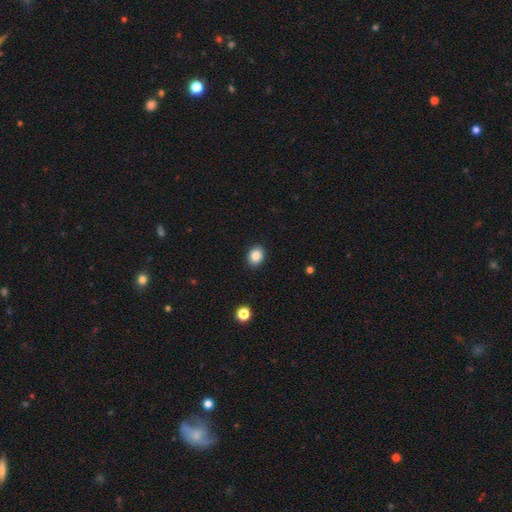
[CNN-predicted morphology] Smooth or featured? Predicted: smooth (p=0.86). How rounded? Predicted: in between (p=0.52). Merging? Predicted: none (p=0.90).